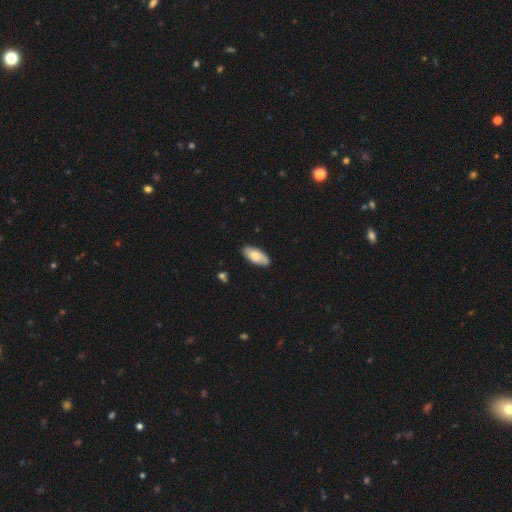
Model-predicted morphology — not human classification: This appears to be a smooth galaxy with no disk features (76%) that is in between round and cigar-shaped (88%). Merging: none (83%).